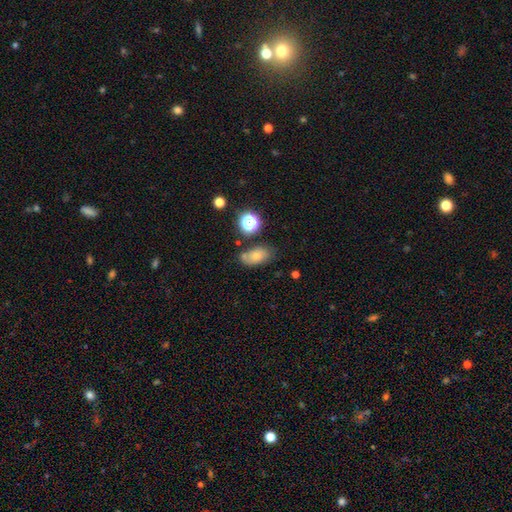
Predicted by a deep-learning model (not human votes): The model was most divided on "merging": none: 62%, minor disturbance: 20%, merger: 12%, major disturbance: 6%. More confident: how rounded — in between (84%); smooth or featured — smooth (70%).